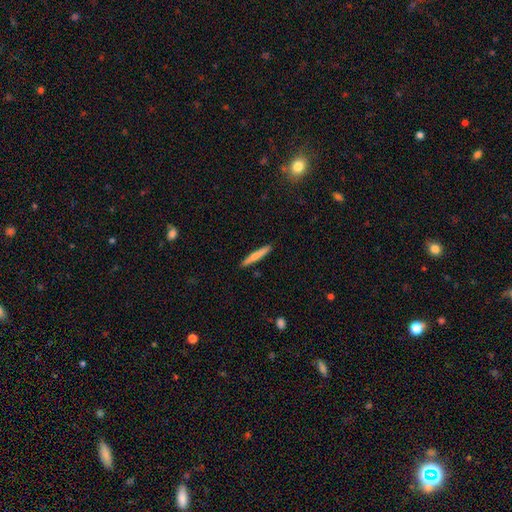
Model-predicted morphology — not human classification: smooth_or_featured: smooth (p=0.66) [alt: featured or disk p=0.28]
how_rounded: cigar-shaped (p=0.95) [alt: in between p=0.04]
merging: none (p=0.91) [alt: minor disturbance p=0.07]